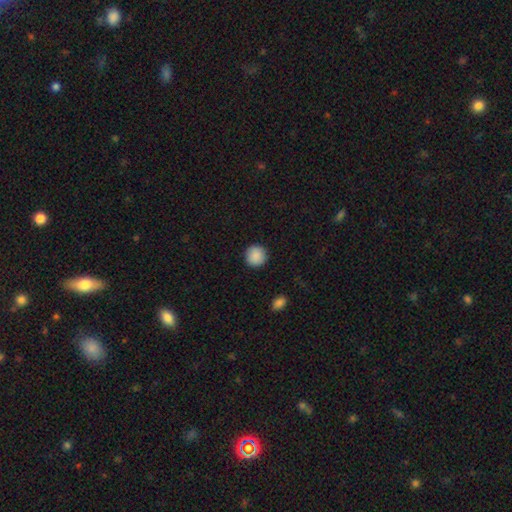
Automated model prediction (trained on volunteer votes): smooth-or-featured: smooth: 89% | star or artifact: 8% | featured or disk: 3%
  how-rounded: round: 95% | in between: 4% | cigar-shaped: 1%
  merging: none: 91% | minor disturbance: 6% | major disturbance: 2% | merger: 1%